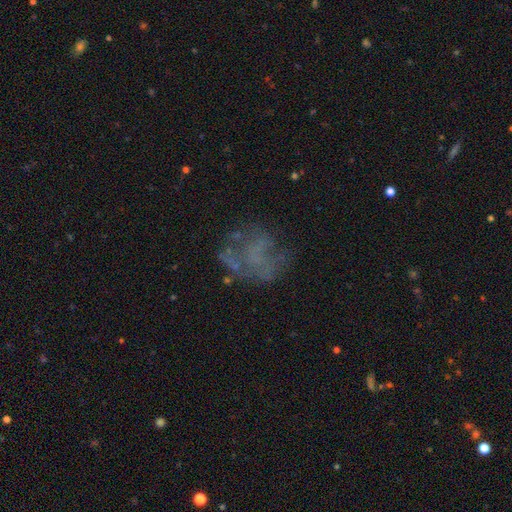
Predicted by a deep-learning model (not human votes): Overall: featured or disk (53%; smooth 25%). Edge-on disk: no (98%). Bar: no (87%). Spiral arms: no (76%). Bulge size: none (80%). Merging: none (52%; major disturbance 27%).